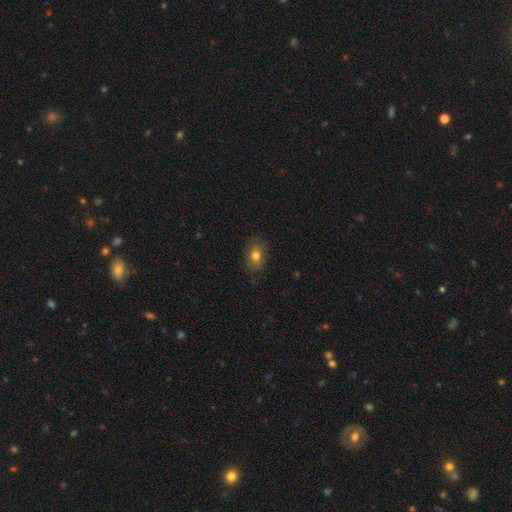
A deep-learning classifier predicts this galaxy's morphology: This is likely a smooth galaxy (77%). How rounded: likely in between (73%). Merging: clearly none (82%).